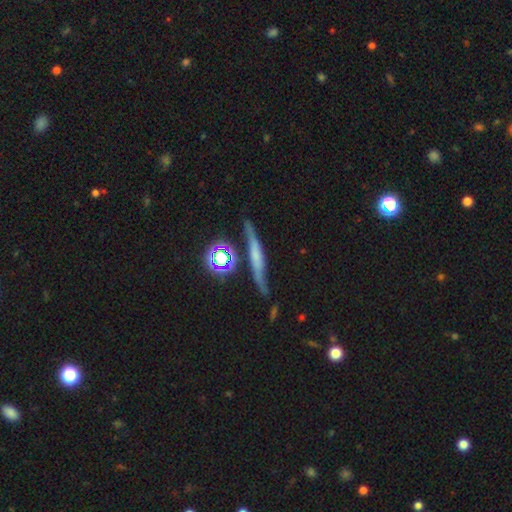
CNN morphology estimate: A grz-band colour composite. It shows a featured or disk galaxy (53%) viewed edge-on (83%). Merging: none (70%).